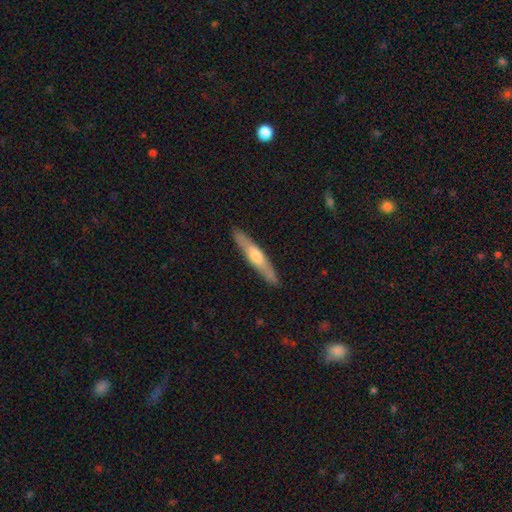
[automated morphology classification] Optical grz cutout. It shows a featured or disk galaxy (51%) viewed edge-on (89%). Merging: none (90%).